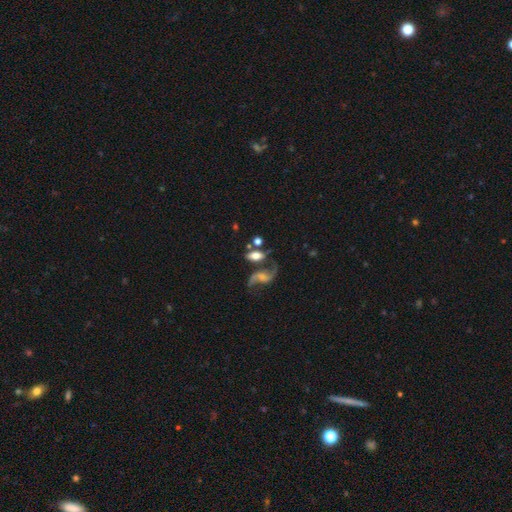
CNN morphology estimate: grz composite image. It shows a smooth galaxy with no disk features (48%). Merging: none (48%).